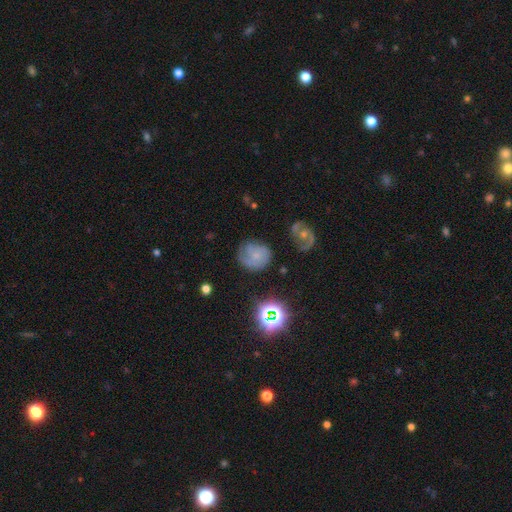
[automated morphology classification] smooth-or-featured: smooth: 48% | featured or disk: 37% | star or artifact: 15%
  merging: none: 57% | minor disturbance: 25% | major disturbance: 14% | merger: 5%